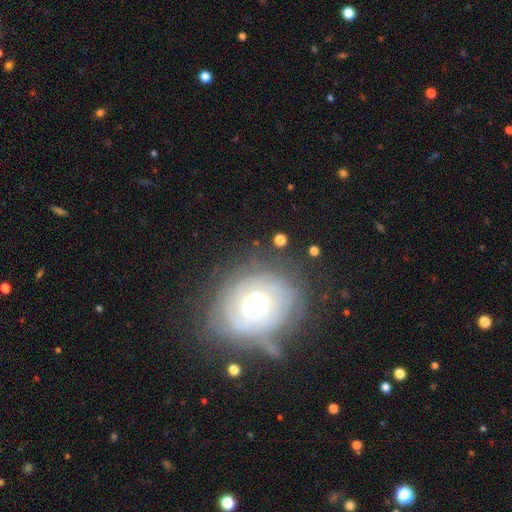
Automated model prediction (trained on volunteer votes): Q: Smooth or featured?
A: featured or disk (52%); runner-up: smooth (28%)
Q: Edge-on disk?
A: no (94%); runner-up: yes (6%)
Q: Merging?
A: none (77%); runner-up: minor disturbance (14%)